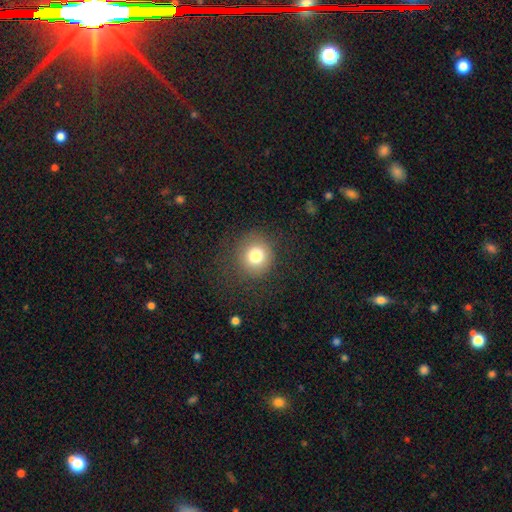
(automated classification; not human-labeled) Smooth or featured? Predicted: smooth (p=0.79). How rounded? Predicted: round (p=0.92). Merging? Predicted: none (p=0.82).